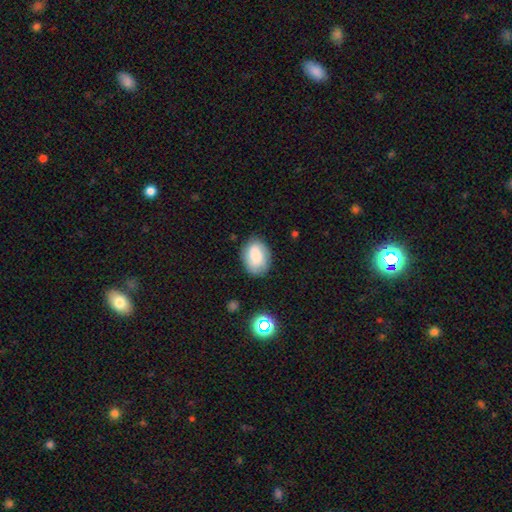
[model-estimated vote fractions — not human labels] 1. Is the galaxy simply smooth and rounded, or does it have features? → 71% smooth, 20% featured or disk, 9% star or artifact.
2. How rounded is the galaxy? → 75% in between, 23% round, 1% cigar-shaped.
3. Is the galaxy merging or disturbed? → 78% none, 17% minor disturbance, 4% major disturbance, 2% merger.